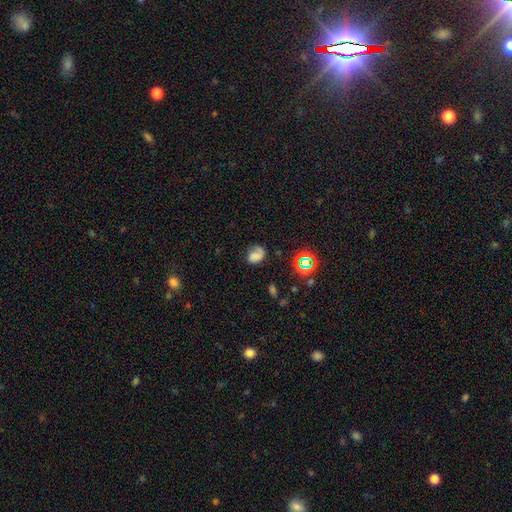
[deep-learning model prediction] A smooth galaxy with no disk features (58%) that is in between round and cigar-shaped (63%).

Vote fractions:
- Smooth or featured? smooth: 58% / featured or disk: 26% / star or artifact: 16%
- How rounded? in between: 63% / round: 36% / cigar-shaped: 1%
- Merging? none: 52% / minor disturbance: 26% / major disturbance: 17% / merger: 4%